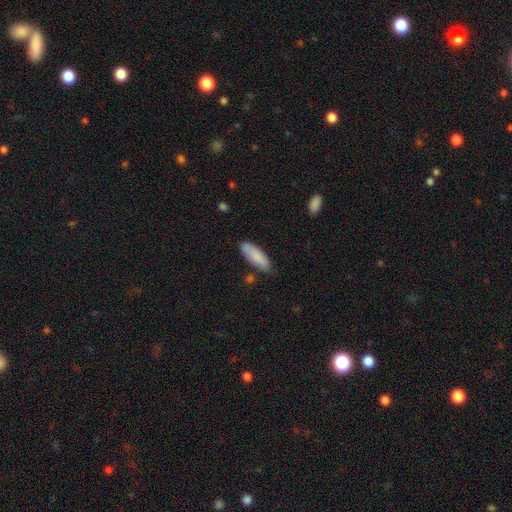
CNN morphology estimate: Smooth or featured? Predicted: smooth (p=0.84). How rounded? Predicted: in between (p=0.58). Merging? Predicted: none (p=0.74).